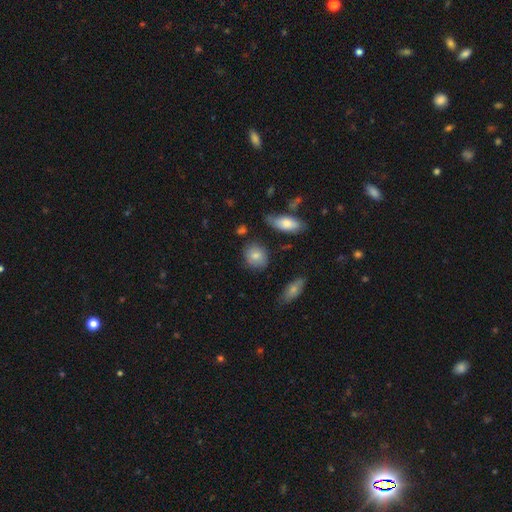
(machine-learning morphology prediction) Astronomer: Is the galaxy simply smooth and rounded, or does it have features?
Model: smooth — 80%.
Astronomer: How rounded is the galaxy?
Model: round — 62%.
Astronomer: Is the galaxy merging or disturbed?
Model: none — 77%.